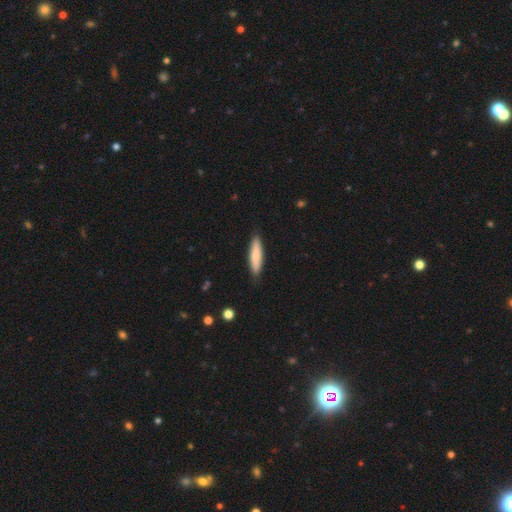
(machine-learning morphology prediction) Smooth or featured? smooth (80%)
How rounded? cigar-shaped (75%)
Merging? none (87%)